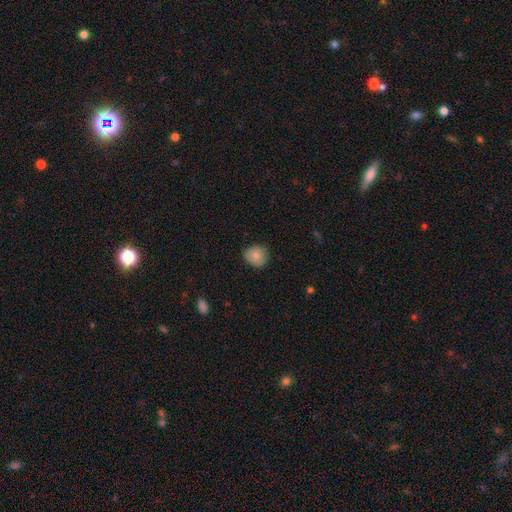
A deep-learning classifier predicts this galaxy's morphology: Q: Smooth or featured?
A: smooth (83%); runner-up: featured or disk (9%)
Q: How rounded?
A: round (83%); runner-up: in between (16%)
Q: Merging?
A: none (75%); runner-up: minor disturbance (20%)